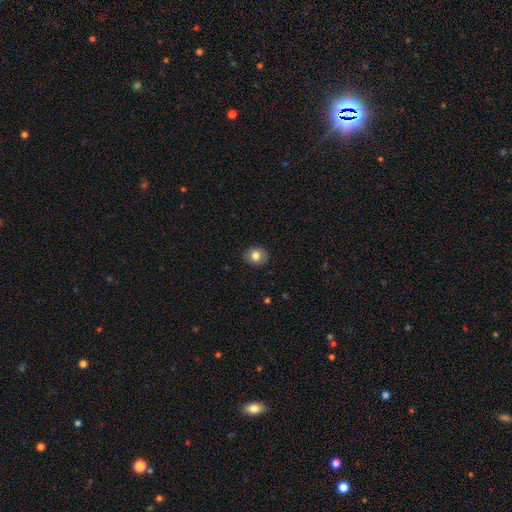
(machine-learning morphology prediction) This is clearly a smooth galaxy (81%). How rounded: likely round (64%). Merging: clearly none (88%).